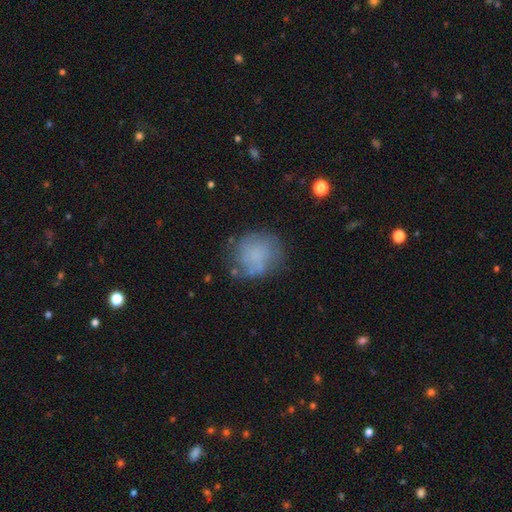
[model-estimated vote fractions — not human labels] smooth_or_featured: smooth (p=0.61) [alt: featured or disk p=0.29]
how_rounded: round (p=0.80) [alt: in between p=0.19]
merging: none (p=0.62) [alt: minor disturbance p=0.22]